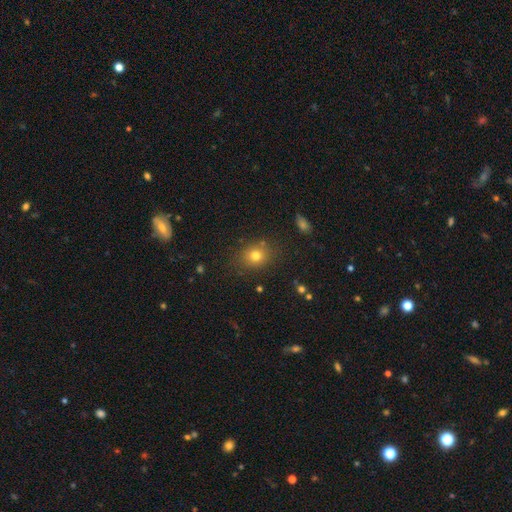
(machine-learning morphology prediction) A smooth galaxy with no disk features (76%) that is round (69%). Merging: none (82%).